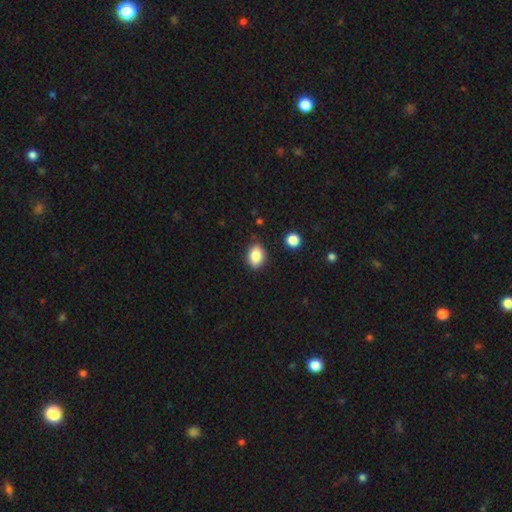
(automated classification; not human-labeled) Smooth or featured? smooth (86%)
How rounded? in between (79%)
Merging? none (85%)